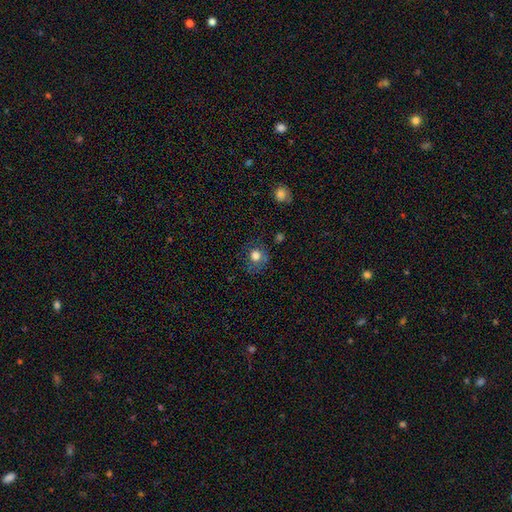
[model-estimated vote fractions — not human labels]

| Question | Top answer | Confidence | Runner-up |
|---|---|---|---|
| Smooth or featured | smooth | 76% | featured or disk (13%) |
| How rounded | round | 80% | in between (19%) |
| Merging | none | 67% | minor disturbance (20%) |